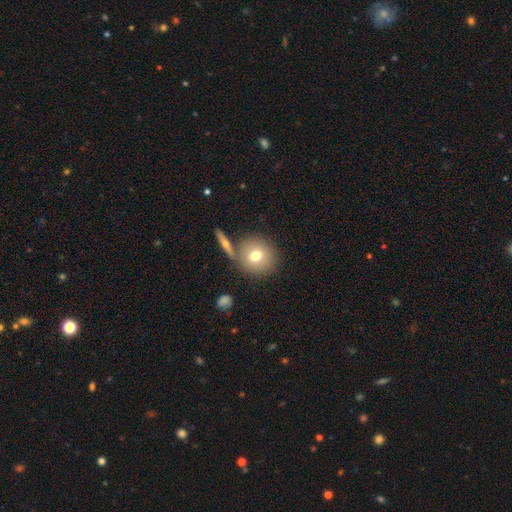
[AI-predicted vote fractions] Smooth or featured? Predicted: smooth (p=0.72). How rounded? Predicted: round (p=0.88). Merging? Predicted: none (p=0.72).